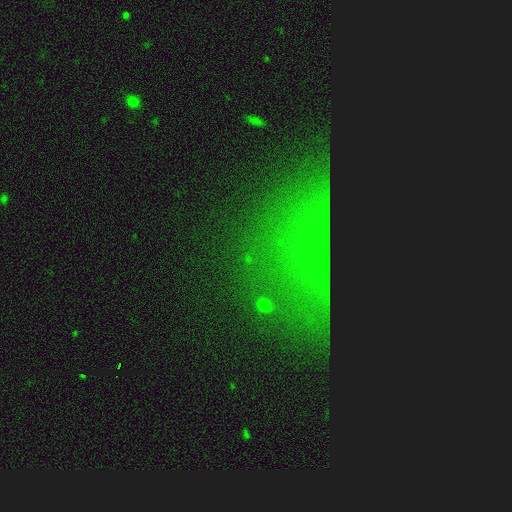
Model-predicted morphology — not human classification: smooth_or_featured: star or artifact (p=0.61) [alt: smooth p=0.21]